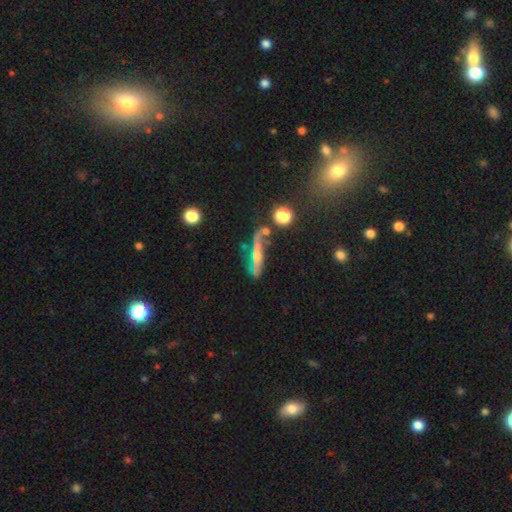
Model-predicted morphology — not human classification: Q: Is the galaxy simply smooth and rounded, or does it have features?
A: featured or disk — 59%.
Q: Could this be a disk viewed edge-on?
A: yes — 58%.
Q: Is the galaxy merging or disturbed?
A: none — 46%.